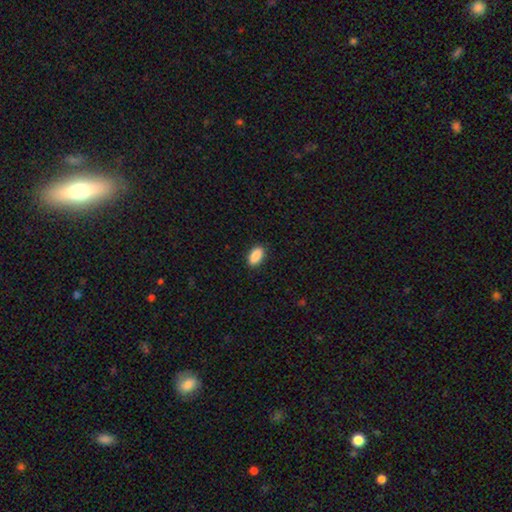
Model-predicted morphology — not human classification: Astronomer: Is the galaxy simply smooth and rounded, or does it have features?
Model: smooth — 90%.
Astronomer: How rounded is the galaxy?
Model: in between — 91%.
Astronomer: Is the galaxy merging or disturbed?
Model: none — 88%.